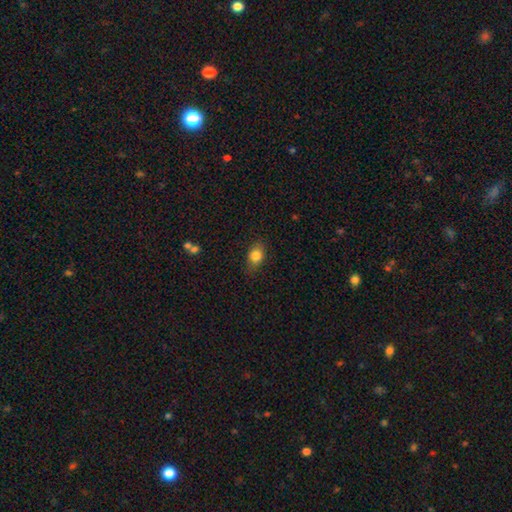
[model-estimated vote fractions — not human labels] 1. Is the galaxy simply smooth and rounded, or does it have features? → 82% smooth, 9% star or artifact, 9% featured or disk.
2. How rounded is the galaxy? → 67% in between, 31% round, 2% cigar-shaped.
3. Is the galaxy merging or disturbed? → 79% none, 16% minor disturbance, 4% major disturbance, 1% merger.